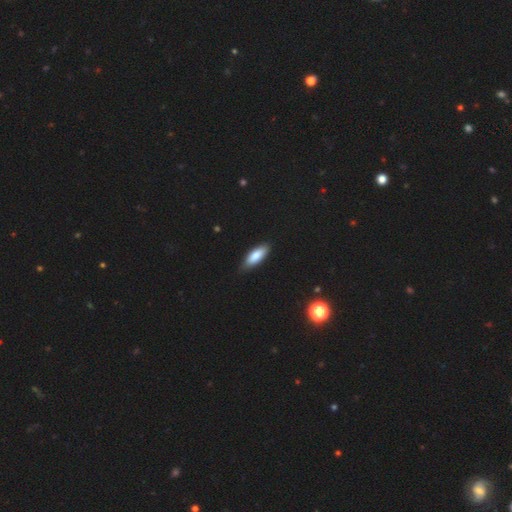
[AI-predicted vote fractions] smooth 84%, featured or disk 11%, star or artifact 6%. Down the decision tree: how rounded — in between (69%); merging — none (81%).